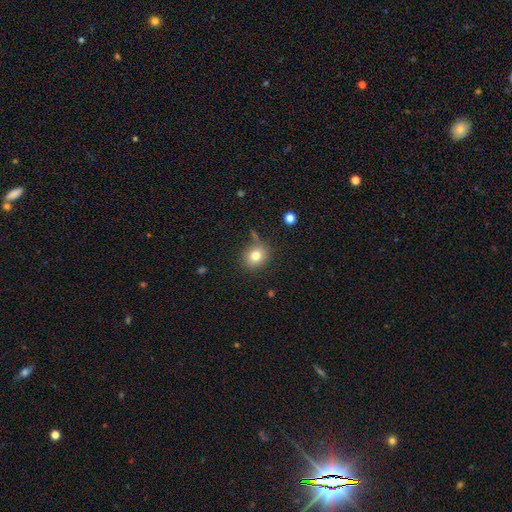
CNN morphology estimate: This appears to be a smooth galaxy with no disk features (78%) that is round (73%). Merging: none (76%).